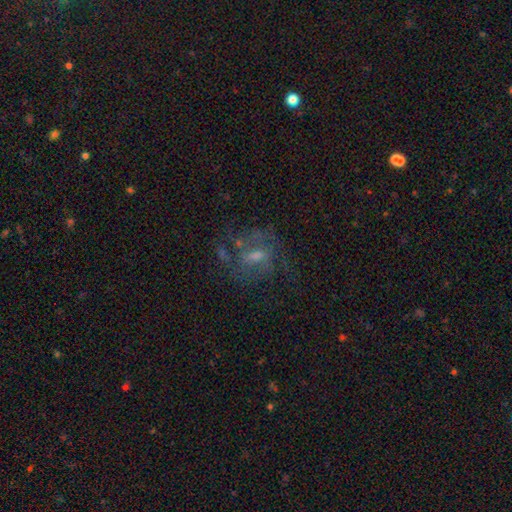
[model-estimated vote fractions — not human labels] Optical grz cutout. It shows a featured or disk galaxy (55%) with no bar (44%, tied with weak), spiral arms (72%) and a small central bulge (44%). Merging: none (68%).